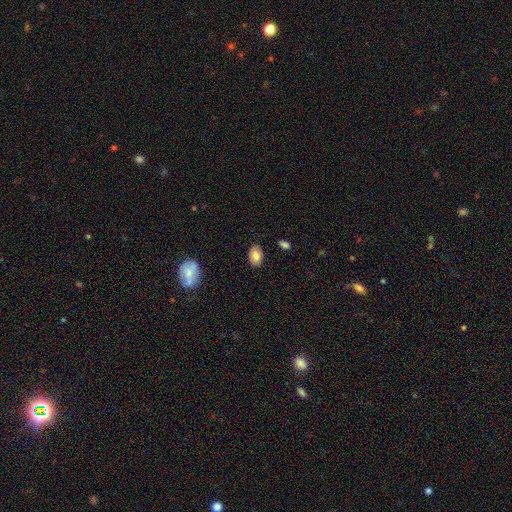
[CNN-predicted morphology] Smooth or featured: smooth — 81% (featured or disk — 12%)
How rounded: in between — 87% (round — 12%)
Merging: none — 84% (minor disturbance — 12%)